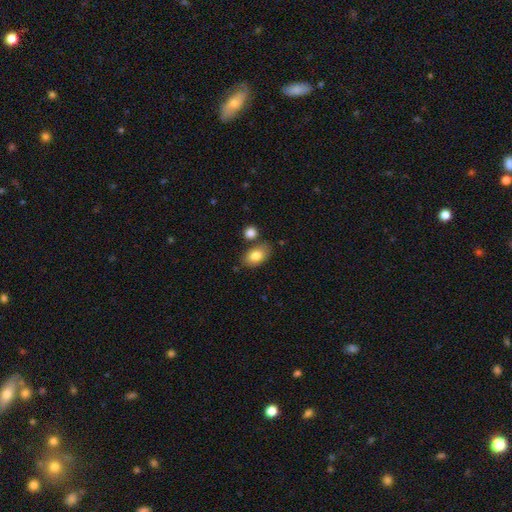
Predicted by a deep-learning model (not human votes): A smooth galaxy with no disk features (81%) that is in between round and cigar-shaped (89%). Merging: none (71%).